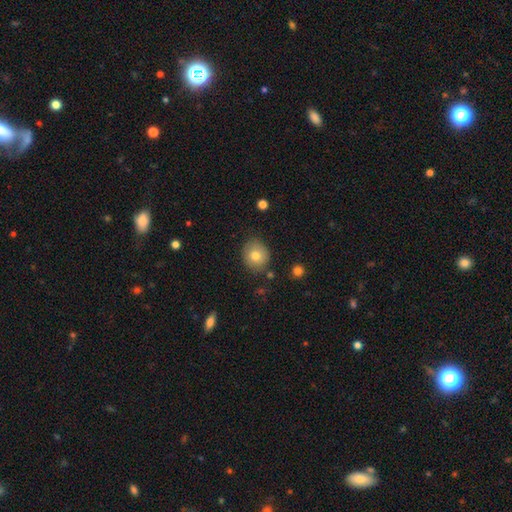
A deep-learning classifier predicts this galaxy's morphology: Smooth or featured: smooth — 78% (featured or disk — 12%)
How rounded: round — 77% (in between — 22%)
Merging: none — 79% (minor disturbance — 15%)